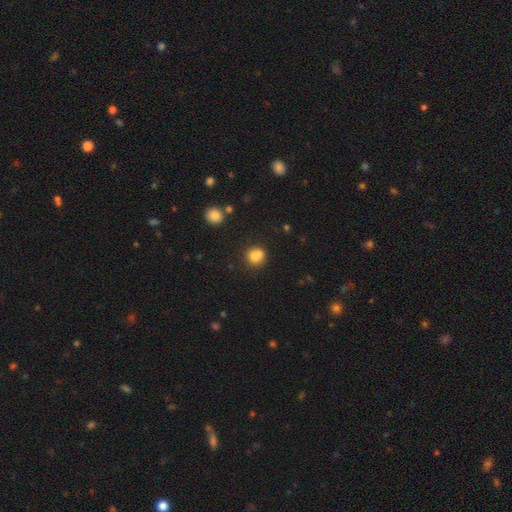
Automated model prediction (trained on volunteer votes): A smooth galaxy with no disk features (80%) that is round (81%). Merging: none (57%).